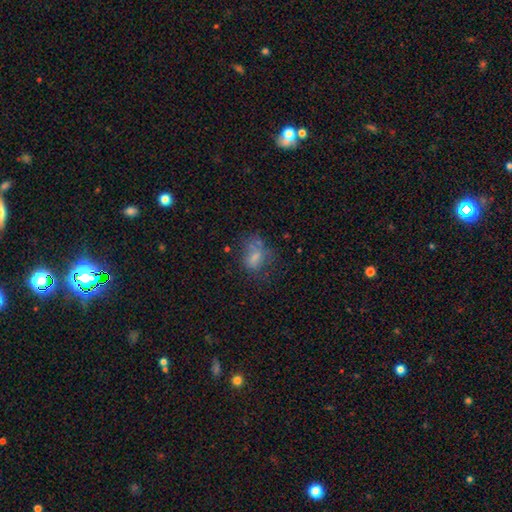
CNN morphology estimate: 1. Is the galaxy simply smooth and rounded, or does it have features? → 61% smooth, 23% featured or disk, 17% star or artifact.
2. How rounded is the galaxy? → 70% in between, 28% round, 3% cigar-shaped.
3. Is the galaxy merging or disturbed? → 44% none, 24% minor disturbance, 23% major disturbance, 9% merger.